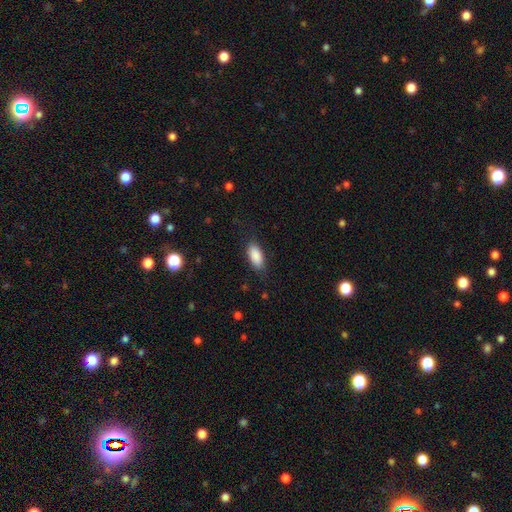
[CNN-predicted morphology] Smooth or featured: smooth — 89% (star or artifact — 6%)
How rounded: in between — 89% (cigar-shaped — 9%)
Merging: none — 80% (minor disturbance — 15%)